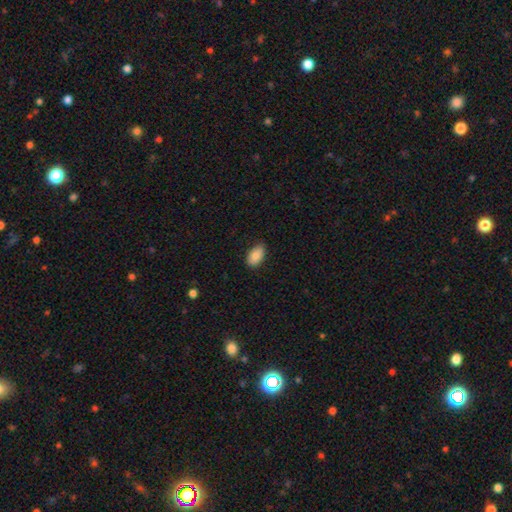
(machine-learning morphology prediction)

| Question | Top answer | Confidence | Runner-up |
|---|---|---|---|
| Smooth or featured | smooth | 86% | featured or disk (7%) |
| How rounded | in between | 92% | round (6%) |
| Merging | none | 82% | minor disturbance (15%) |